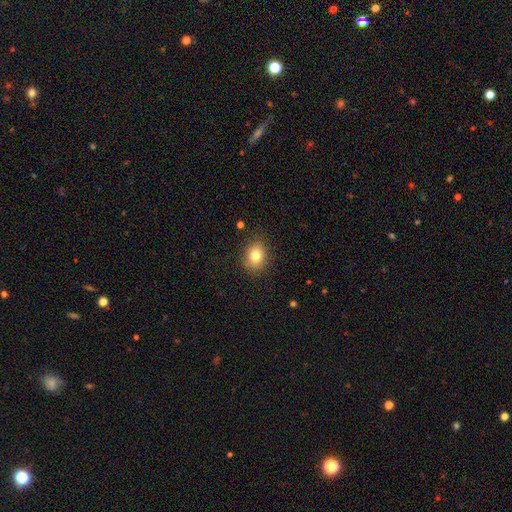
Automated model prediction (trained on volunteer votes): Morphology: type=smooth (79%); roundness=round (54%); merging=none (86%).